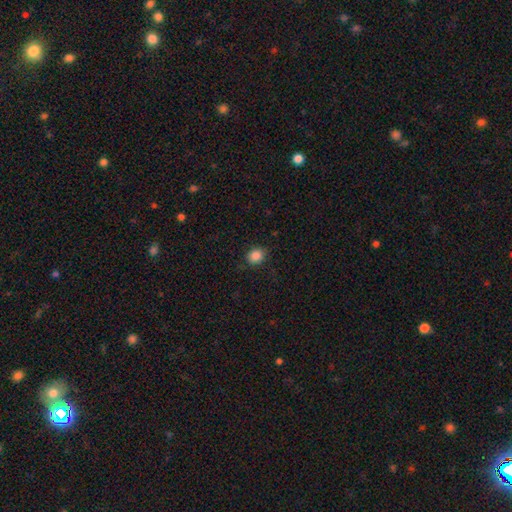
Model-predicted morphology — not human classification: smooth_or_featured: smooth (p=0.86) [alt: star or artifact p=0.10]
how_rounded: round (p=0.69) [alt: in between p=0.30]
merging: none (p=0.85) [alt: minor disturbance p=0.11]